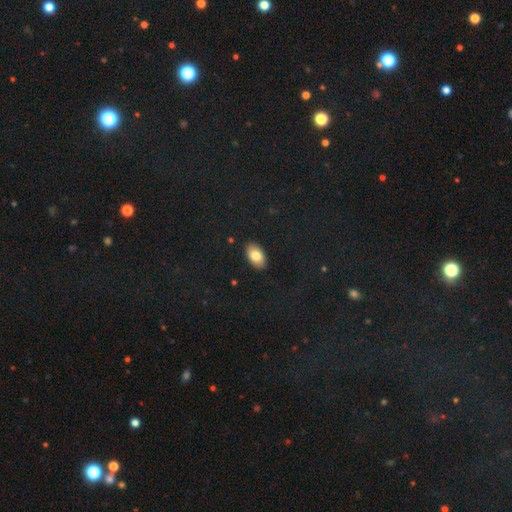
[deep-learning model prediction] Smooth or featured?
  - smooth: 82% *
  - featured or disk: 10%
  - star or artifact: 8%
How rounded?
  - in between: 93% *
  - round: 6%
  - cigar-shaped: 1%
Merging?
  - none: 89% *
  - minor disturbance: 8%
  - major disturbance: 2%
  - merger: 1%